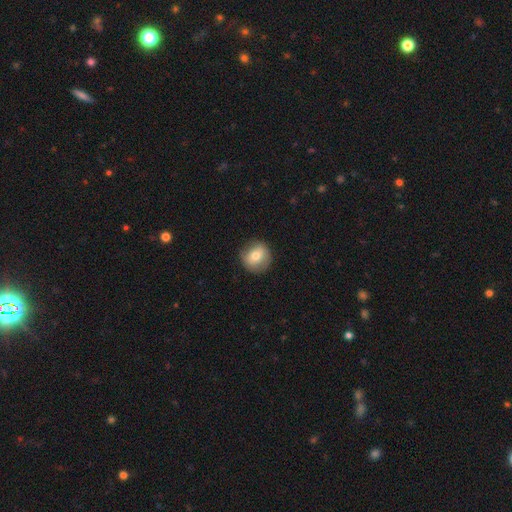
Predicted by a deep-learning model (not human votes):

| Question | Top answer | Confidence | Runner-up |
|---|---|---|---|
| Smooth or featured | smooth | 70% | featured or disk (22%) |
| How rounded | round | 88% | in between (11%) |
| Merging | none | 84% | minor disturbance (12%) |